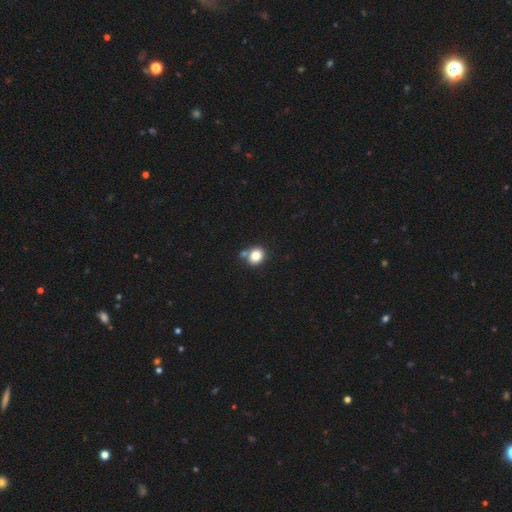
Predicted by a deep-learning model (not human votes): This appears to be a smooth galaxy with no disk features (82%) that is round (58%). Merging: none (63%).